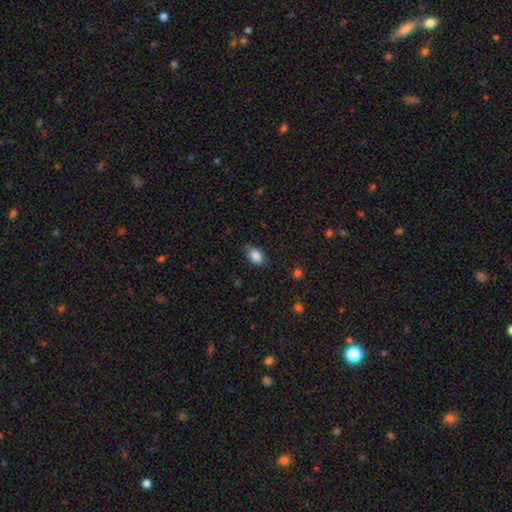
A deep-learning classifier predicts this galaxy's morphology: A smooth galaxy with no disk features (86%) that is in between round and cigar-shaped (74%). Merging: none (68%).